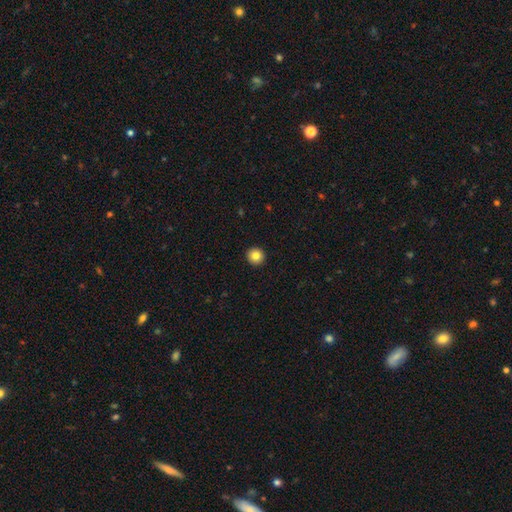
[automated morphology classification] This appears to be a smooth galaxy with no disk features (83%) that is round (94%). Merging: none (94%).